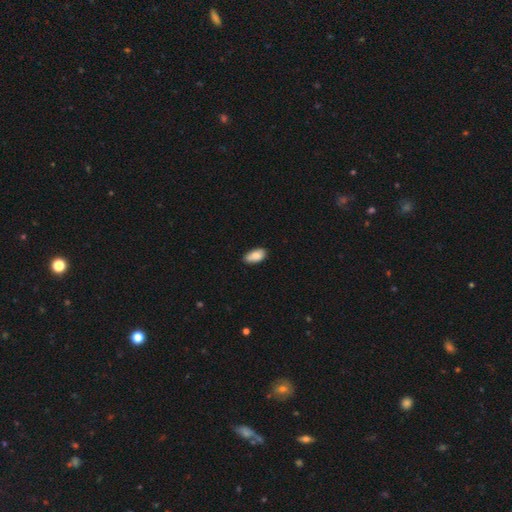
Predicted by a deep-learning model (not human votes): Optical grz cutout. It shows a smooth galaxy with no disk features (86%) that is in between round and cigar-shaped (94%). Merging: none (80%).